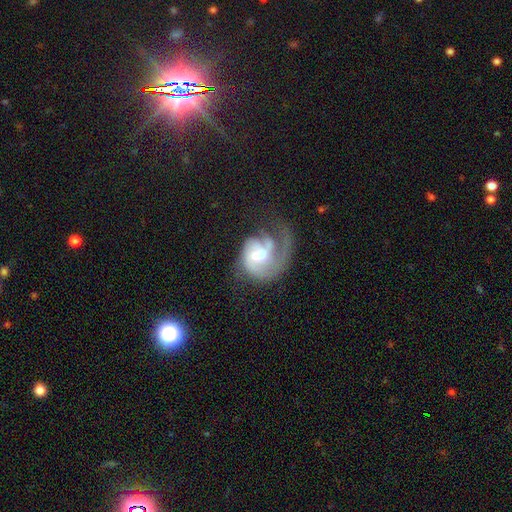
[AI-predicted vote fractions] This appears to be a featured or disk galaxy (75%) with a weak bar (47%), 1 (59%) medium (41%) spiral arms (88%) and a moderate central bulge (51%). Merging: major disturbance (49%).